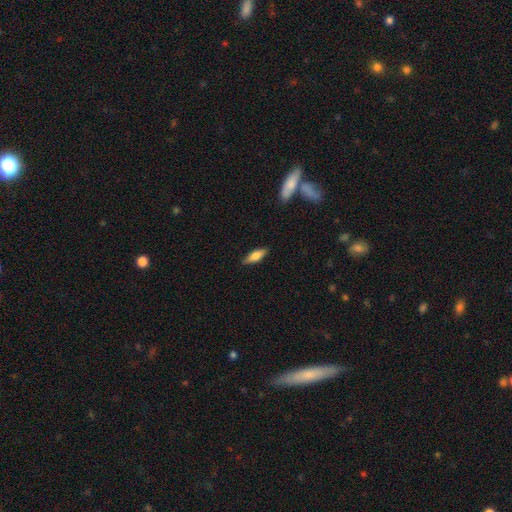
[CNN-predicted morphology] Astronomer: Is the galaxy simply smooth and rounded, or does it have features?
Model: smooth — 69%.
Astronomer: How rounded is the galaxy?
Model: in between — 55% (runner-up: cigar-shaped, 42%).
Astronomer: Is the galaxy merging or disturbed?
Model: none — 84%.